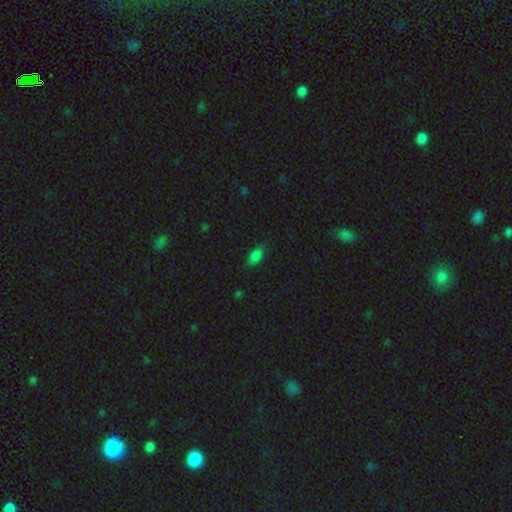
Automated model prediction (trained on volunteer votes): Smooth or featured? Predicted: smooth (p=0.80). How rounded? Predicted: in between (p=0.91). Merging? Predicted: none (p=0.82).